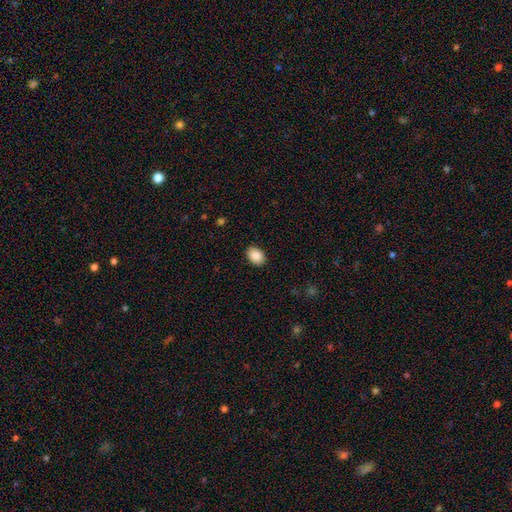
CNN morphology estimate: Smooth or featured?
  - smooth: 89% *
  - star or artifact: 7%
  - featured or disk: 4%
How rounded?
  - in between: 75% *
  - round: 24%
  - cigar-shaped: 1%
Merging?
  - none: 89% *
  - minor disturbance: 8%
  - major disturbance: 2%
  - merger: 1%